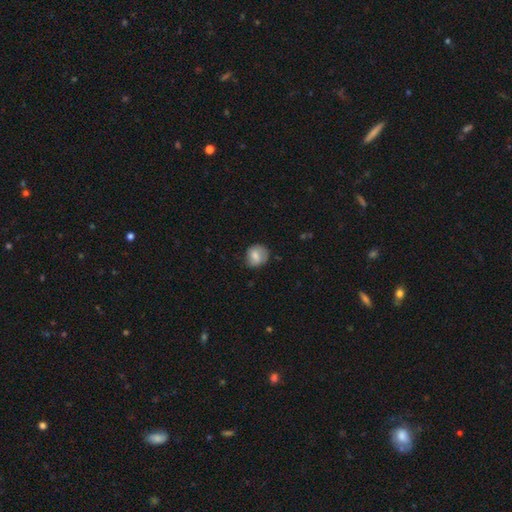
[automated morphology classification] smooth_or_featured: smooth (p=0.74) [alt: featured or disk p=0.18]
how_rounded: round (p=0.71) [alt: in between p=0.28]
merging: none (p=0.67) [alt: minor disturbance p=0.24]